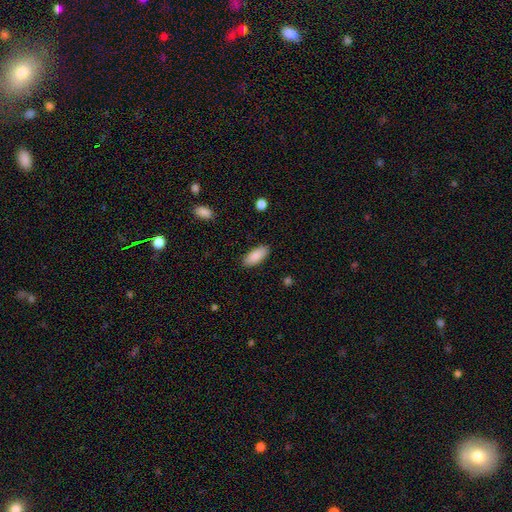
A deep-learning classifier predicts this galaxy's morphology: The model was most divided on "how rounded": in between: 83%, cigar-shaped: 15%, round: 2%. More confident: smooth or featured — smooth (89%); merging — none (88%).